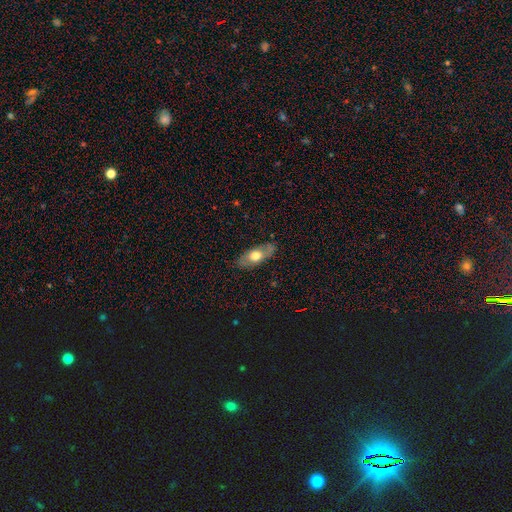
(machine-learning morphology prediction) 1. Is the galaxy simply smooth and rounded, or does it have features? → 58% smooth, 36% featured or disk, 6% star or artifact.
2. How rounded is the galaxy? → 80% in between, 15% cigar-shaped, 5% round.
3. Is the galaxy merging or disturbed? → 81% none, 14% minor disturbance, 3% major disturbance, 1% merger.